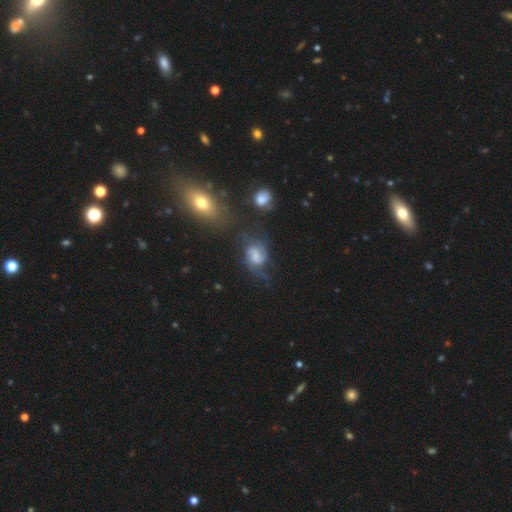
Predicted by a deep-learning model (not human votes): This is likely a featured or disk galaxy (69%). It is clearly not viewed edge-on (97%). Bar: possibly weak (47%). Spiral arm pattern: clearly yes (90%). Spiral arm count: likely 2 (74%). Spiral winding: marginally medium (45%). Central bulge: marginally none (35%). Merging: marginally none (42%).